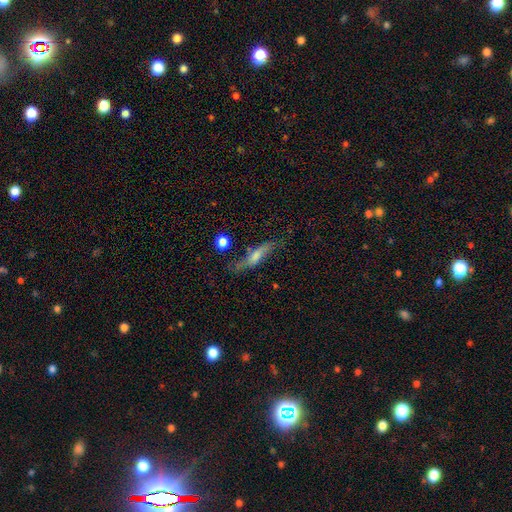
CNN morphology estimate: A featured or disk galaxy (49%).

Vote fractions:
- Smooth or featured? featured or disk: 49% / smooth: 42% / star or artifact: 10%
- Merging? none: 63% / minor disturbance: 23% / major disturbance: 10% / merger: 5%